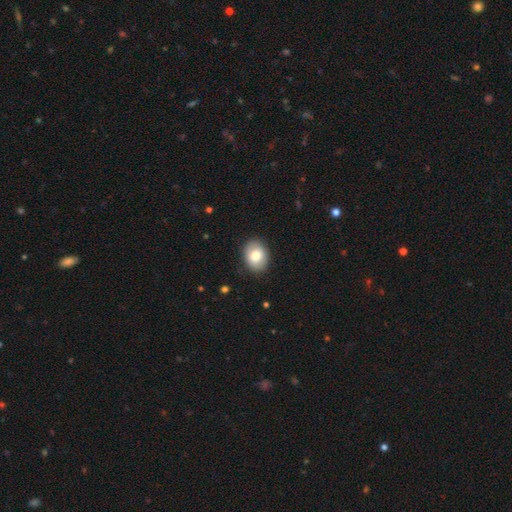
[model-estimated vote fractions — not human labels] The model was most divided on "how rounded": in between: 67%, round: 32%, cigar-shaped: 1%. More confident: merging — none (87%); smooth or featured — smooth (79%).